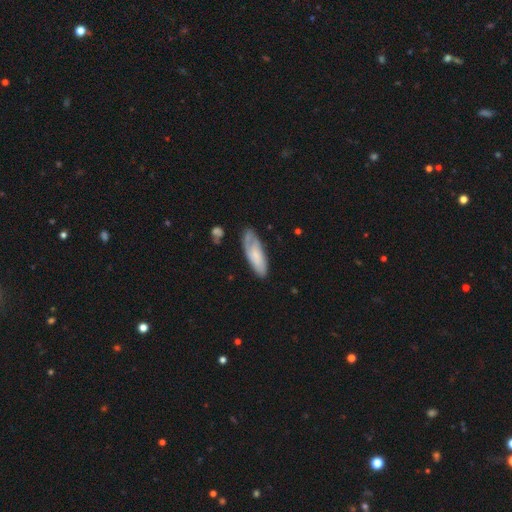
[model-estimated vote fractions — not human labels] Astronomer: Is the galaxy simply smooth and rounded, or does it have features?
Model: smooth — 50% (runner-up: featured or disk, 44%).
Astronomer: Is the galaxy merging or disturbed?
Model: none — 64%.